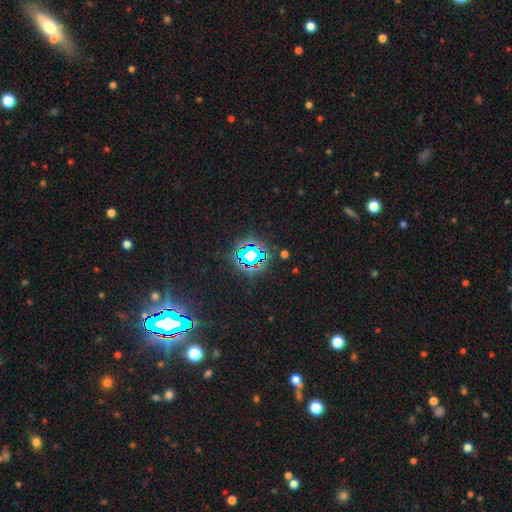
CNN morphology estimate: smooth_or_featured: star or artifact (p=0.73) [alt: smooth p=0.16]